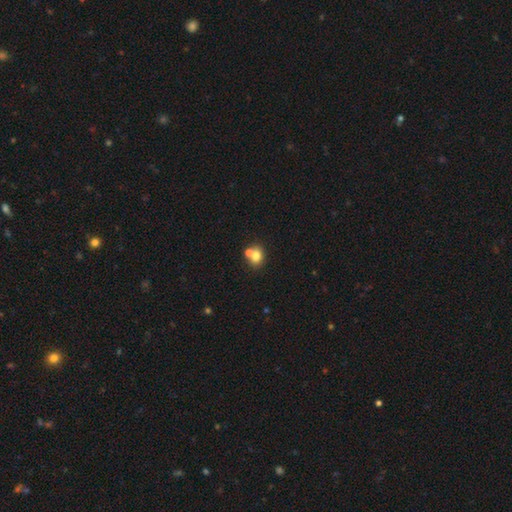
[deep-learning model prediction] Morphology: type=smooth (74%); roundness=round (57%); merging=none (50%).